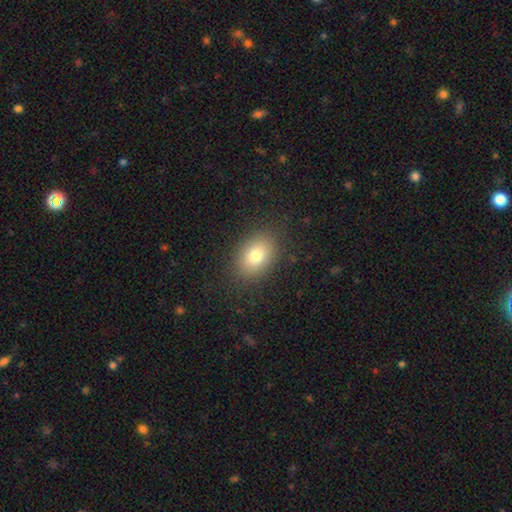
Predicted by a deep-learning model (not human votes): Smooth or featured: smooth — 79% (featured or disk — 11%)
How rounded: in between — 74% (round — 24%)
Merging: none — 86% (minor disturbance — 9%)